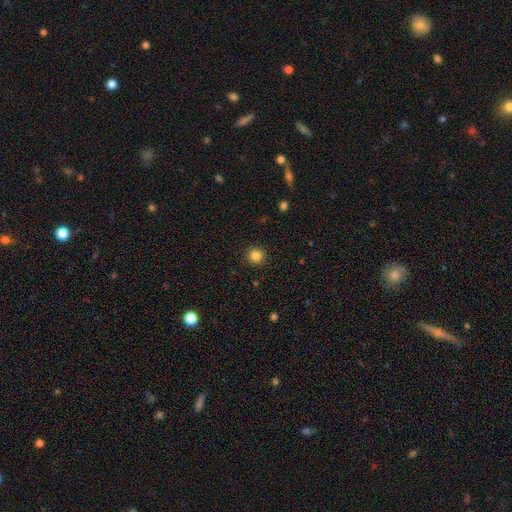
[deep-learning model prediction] Smooth or featured?
  - smooth: 84% *
  - star or artifact: 12%
  - featured or disk: 5%
How rounded?
  - round: 93% *
  - in between: 6%
  - cigar-shaped: 1%
Merging?
  - none: 91% *
  - minor disturbance: 6%
  - major disturbance: 2%
  - merger: 1%